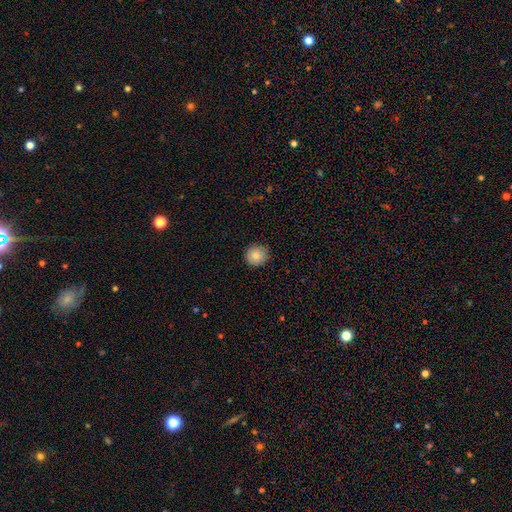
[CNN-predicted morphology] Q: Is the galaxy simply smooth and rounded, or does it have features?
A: smooth — 83%.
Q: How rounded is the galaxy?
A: round — 93%.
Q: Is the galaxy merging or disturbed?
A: none — 87%.